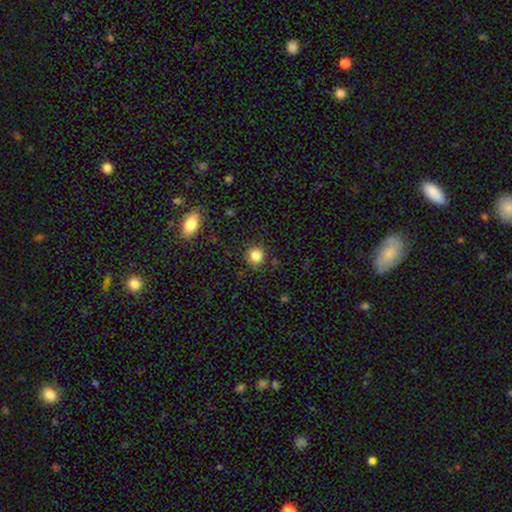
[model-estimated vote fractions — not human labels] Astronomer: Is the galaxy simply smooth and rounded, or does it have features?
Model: smooth — 85%.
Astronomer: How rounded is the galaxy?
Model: round — 90%.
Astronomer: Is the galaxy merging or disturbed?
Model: none — 88%.